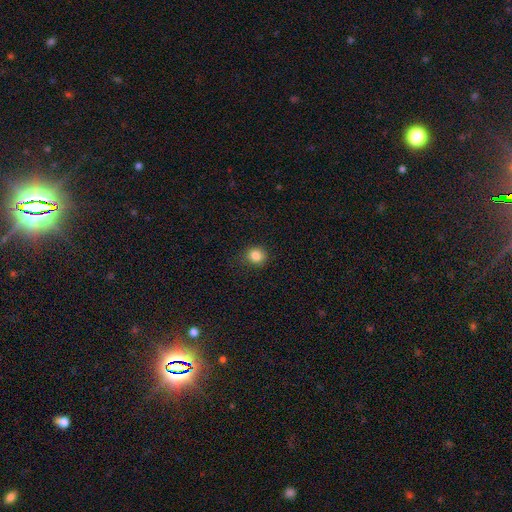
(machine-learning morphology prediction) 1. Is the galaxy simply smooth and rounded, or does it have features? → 84% smooth, 11% star or artifact, 5% featured or disk.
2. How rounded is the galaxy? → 86% round, 13% in between, 1% cigar-shaped.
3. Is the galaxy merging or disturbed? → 85% none, 11% minor disturbance, 3% major disturbance, 1% merger.